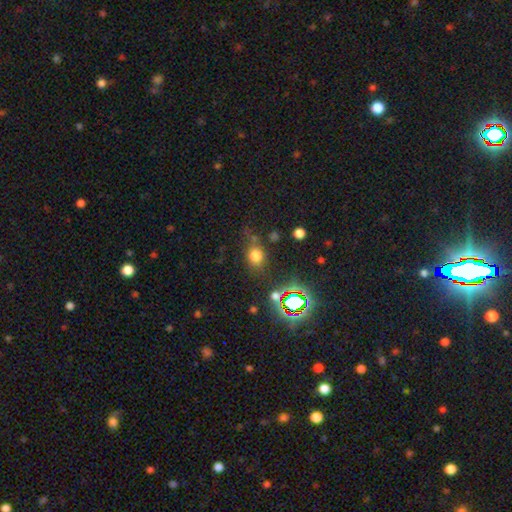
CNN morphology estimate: Smooth or featured: smooth — 69% (star or artifact — 22%)
How rounded: round — 62% (in between — 36%)
Merging: none — 66% (minor disturbance — 18%)